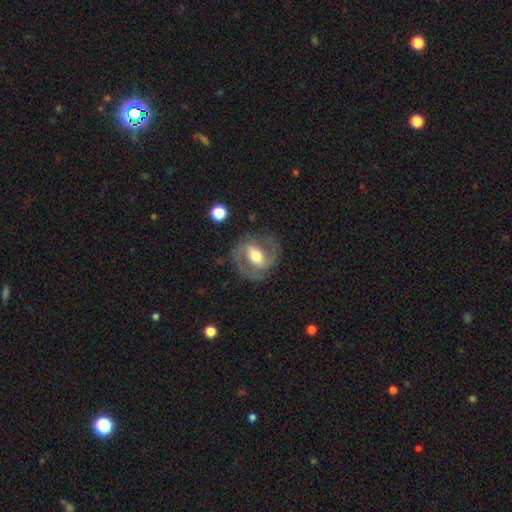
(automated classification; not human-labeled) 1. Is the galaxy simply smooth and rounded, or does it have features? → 82% featured or disk, 13% smooth, 5% star or artifact.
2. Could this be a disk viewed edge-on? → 97% no, 3% yes.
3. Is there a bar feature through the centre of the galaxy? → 43% strong, 38% weak, 19% no.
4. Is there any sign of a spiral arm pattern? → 89% yes, 11% no.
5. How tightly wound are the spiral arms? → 56% medium, 28% tight, 17% loose.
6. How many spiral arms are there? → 90% 2, 4% can't tell, 2% 1, 1% 3, 1% 4, 1% more than 4.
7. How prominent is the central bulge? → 68% moderate, 15% small, 14% large, 1% dominant, 1% none.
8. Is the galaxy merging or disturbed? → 79% none, 12% minor disturbance, 7% major disturbance, 1% merger.